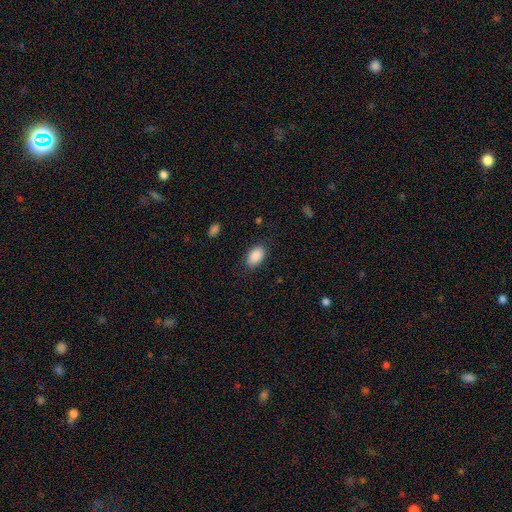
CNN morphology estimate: Smooth or featured? smooth (90%)
How rounded? in between (92%)
Merging? none (85%)